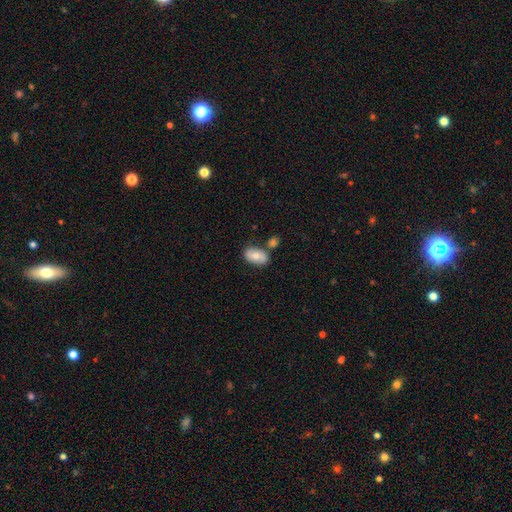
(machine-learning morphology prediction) A smooth galaxy with no disk features (73%) that is in between round and cigar-shaped (92%). Merging: none (69%).